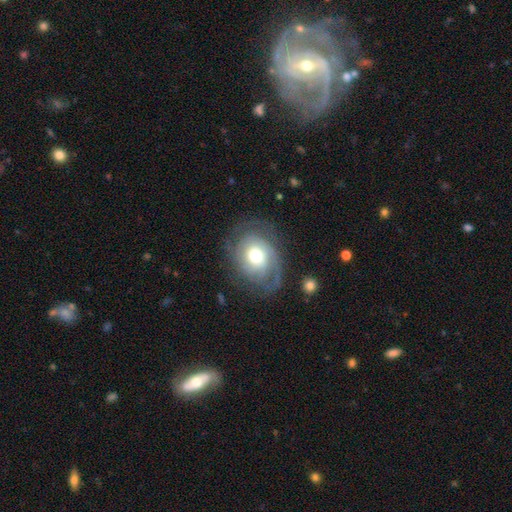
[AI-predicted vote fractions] Smooth or featured?
  - featured or disk: 68% *
  - smooth: 25%
  - star or artifact: 7%
Edge-on disk?
  - no: 96% *
  - yes: 4%
Bar?
  - no: 78% *
  - weak: 18%
  - strong: 4%
Spiral arms?
  - yes: 84% *
  - no: 16%
Spiral winding?
  - tight: 56% *
  - medium: 31%
  - loose: 13%
Spiral arm count?
  - 2: 36% *
  - can't tell: 33%
  - 3: 12%
  - 1: 11%
  - 4: 4%
  - more than 4: 4%
Bulge size?
  - moderate: 65% *
  - large: 23%
  - small: 9%
  - dominant: 2%
  - none: 1%
Merging?
  - none: 66% *
  - minor disturbance: 19%
  - major disturbance: 13%
  - merger: 2%